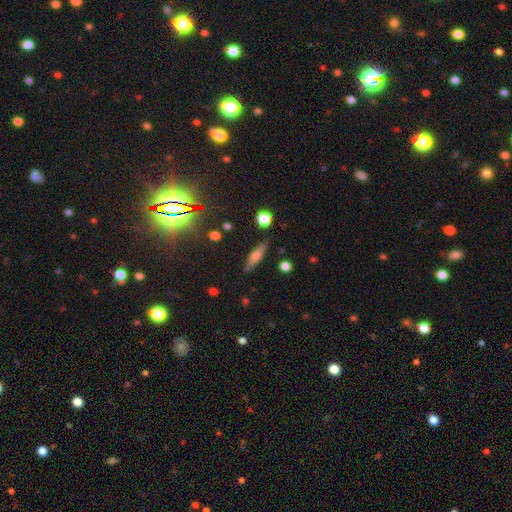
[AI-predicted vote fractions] Overall: smooth (62%; featured or disk 27%). How rounded: cigar-shaped (68%; in between 29%). Merging: none (84%).